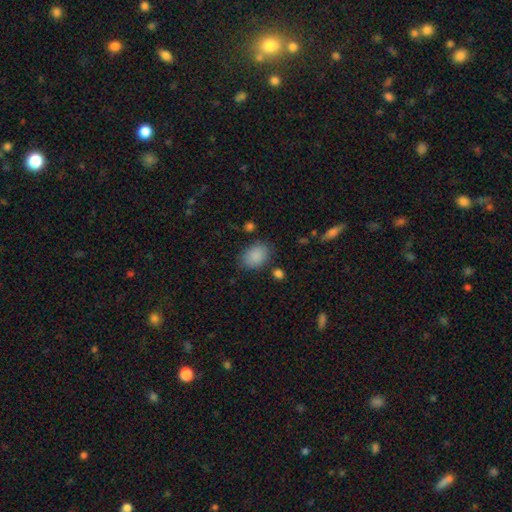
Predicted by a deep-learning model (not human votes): Smooth or featured: smooth — 88% (star or artifact — 8%)
How rounded: in between — 78% (round — 21%)
Merging: none — 78% (minor disturbance — 14%)